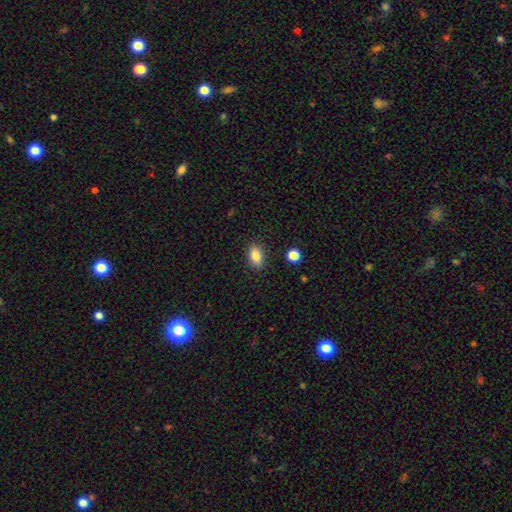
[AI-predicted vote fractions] This appears to be a smooth galaxy with no disk features (84%) that is in between round and cigar-shaped (87%). Merging: none (87%).